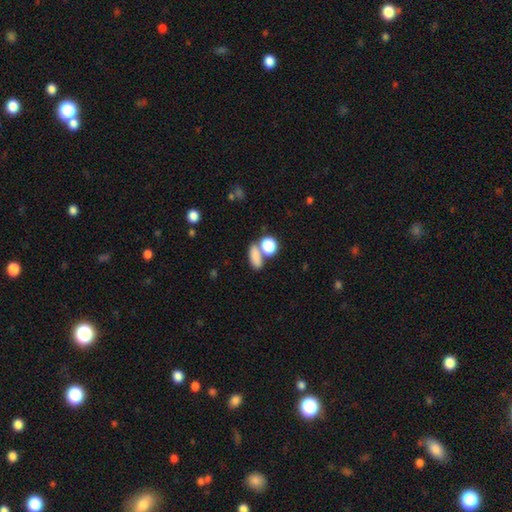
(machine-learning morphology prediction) smooth_or_featured: smooth (p=0.80) [alt: star or artifact p=0.11]
how_rounded: in between (p=0.63) [alt: round p=0.22]
merging: none (p=0.51) [alt: merger p=0.33]